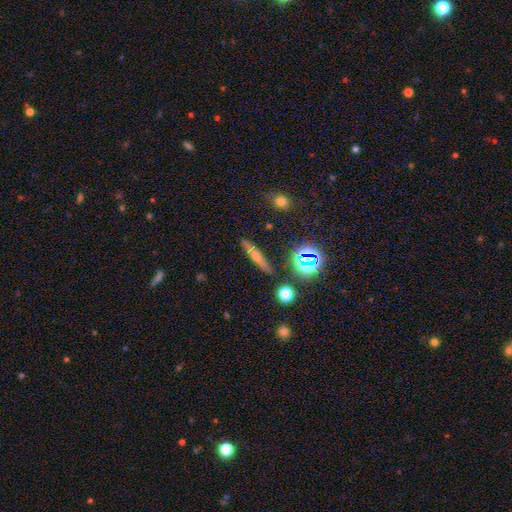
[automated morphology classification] Smooth or featured?
  - smooth: 45% *
  - featured or disk: 37%
  - star or artifact: 18%
Merging?
  - none: 86% *
  - minor disturbance: 9%
  - major disturbance: 2%
  - merger: 2%